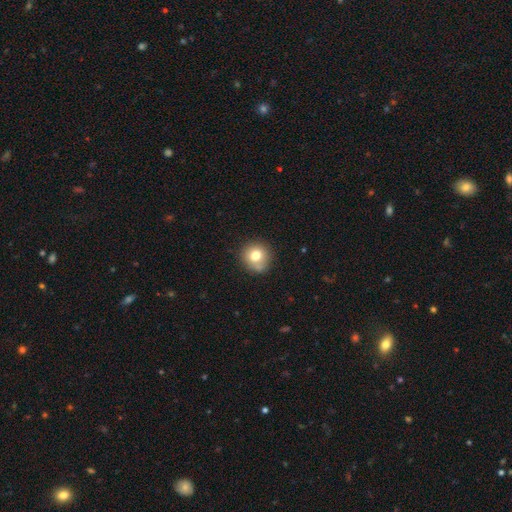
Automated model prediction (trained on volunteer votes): Overall: smooth (76%). How rounded: round (88%). Merging: none (76%).